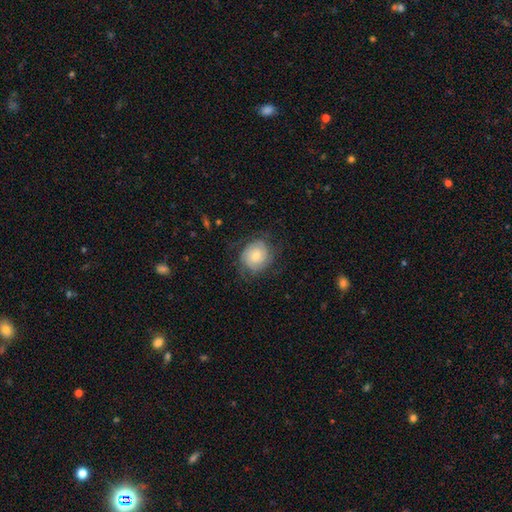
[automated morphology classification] Smooth or featured? featured or disk (59%)
Edge-on disk? no (98%)
Bar? no (66%)
Spiral arms? yes (87%)
Spiral winding? tight (66%)
Spiral arm count? can't tell (39%)
Bulge size? moderate (47%)
Merging? none (69%)